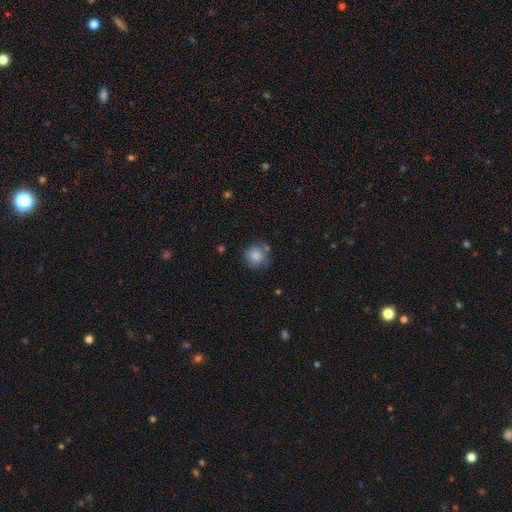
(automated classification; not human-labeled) smooth-or-featured: smooth: 84% | star or artifact: 9% | featured or disk: 7%
  how-rounded: round: 91% | in between: 8% | cigar-shaped: 1%
  merging: none: 70% | minor disturbance: 18% | merger: 7% | major disturbance: 5%